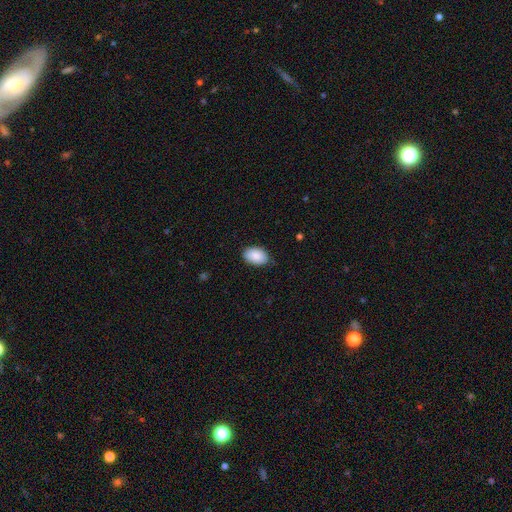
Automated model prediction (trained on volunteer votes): Smooth or featured? Predicted: smooth (p=0.89). How rounded? Predicted: in between (p=0.91). Merging? Predicted: none (p=0.83).